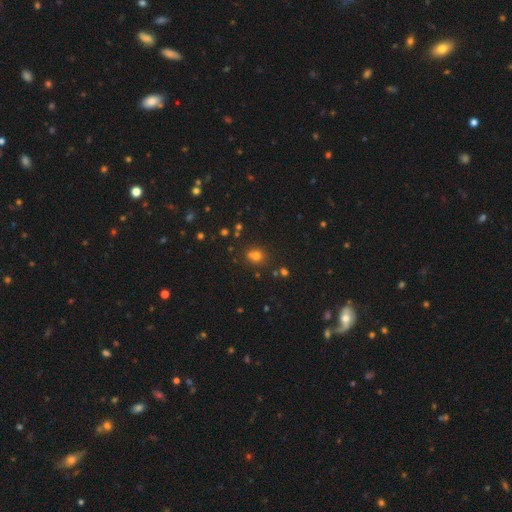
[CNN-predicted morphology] smooth 69%, star or artifact 22%, featured or disk 9%. Down the decision tree: how rounded — round (71%); merging — none (66%).